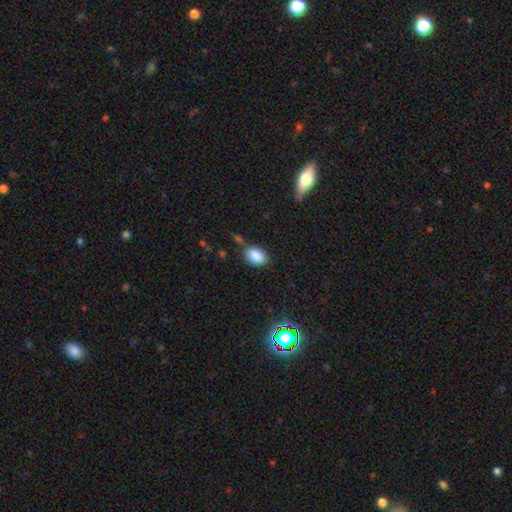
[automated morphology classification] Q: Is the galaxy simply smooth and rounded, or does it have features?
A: smooth — 87%.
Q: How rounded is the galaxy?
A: in between — 79%.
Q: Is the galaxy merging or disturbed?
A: none — 73%.